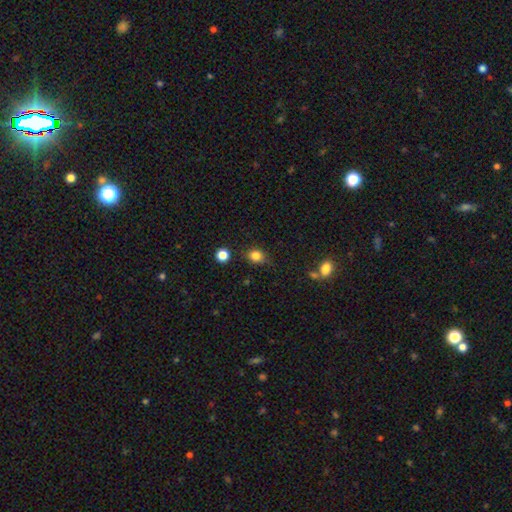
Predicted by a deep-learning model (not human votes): A smooth galaxy with no disk features (83%) that is round (66%). Merging: none (70%).